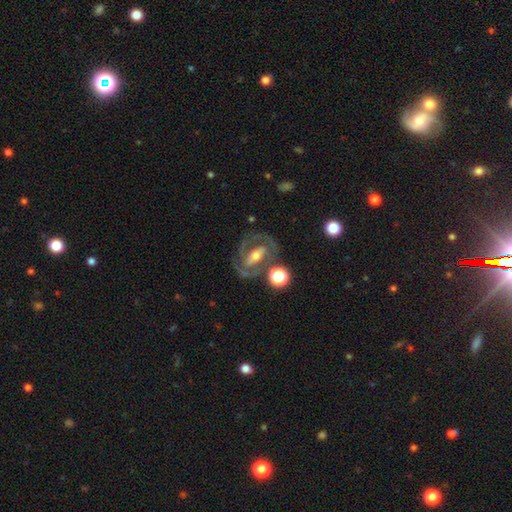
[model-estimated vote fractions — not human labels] A featured or disk galaxy (78%) with a strong bar (42%), 2 (74%) tight (46%) spiral arms (79%) and a moderate central bulge (59%). Merging: none (67%).